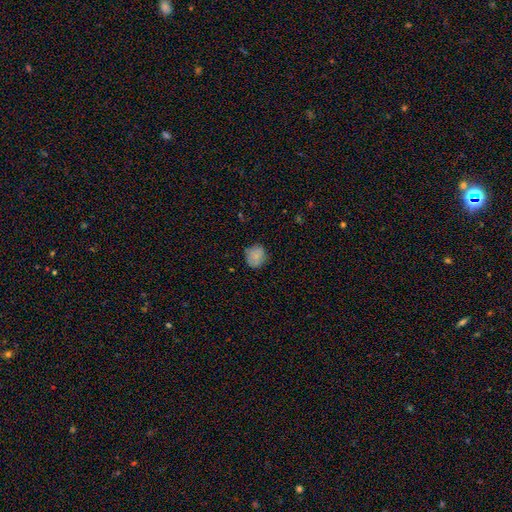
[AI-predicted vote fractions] Smooth or featured? Predicted: smooth (p=0.82). How rounded? Predicted: round (p=0.82). Merging? Predicted: none (p=0.77).